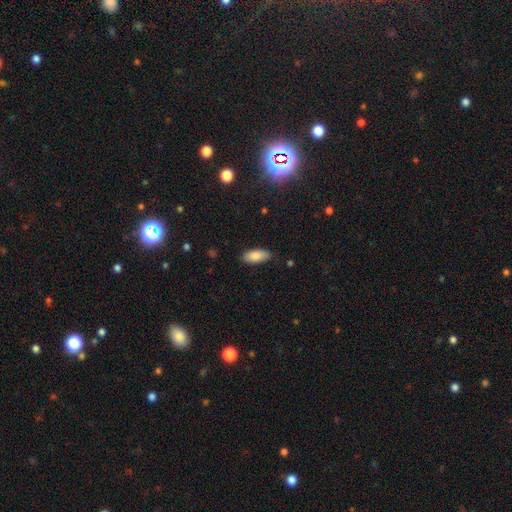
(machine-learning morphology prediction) smooth 86%, featured or disk 8%, star or artifact 7%. Down the decision tree: how rounded — in between (88%); merging — none (85%).